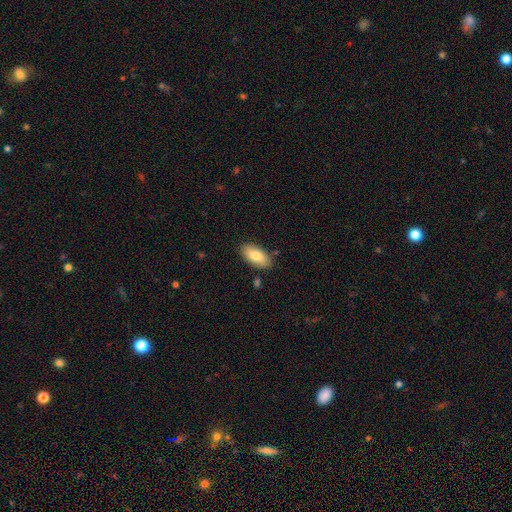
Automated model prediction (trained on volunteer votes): smooth-or-featured: smooth: 81% | featured or disk: 12% | star or artifact: 6%
  how-rounded: in between: 93% | cigar-shaped: 5% | round: 2%
  merging: none: 85% | minor disturbance: 11% | merger: 2% | major disturbance: 2%